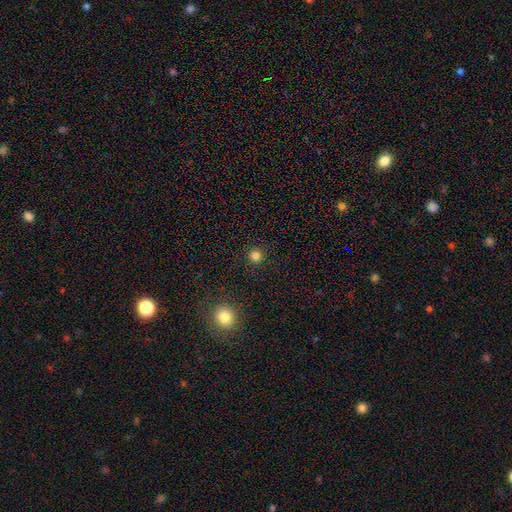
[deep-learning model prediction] Q: Smooth or featured?
A: smooth (82%); runner-up: star or artifact (14%)
Q: How rounded?
A: round (95%); runner-up: in between (4%)
Q: Merging?
A: none (92%); runner-up: minor disturbance (5%)